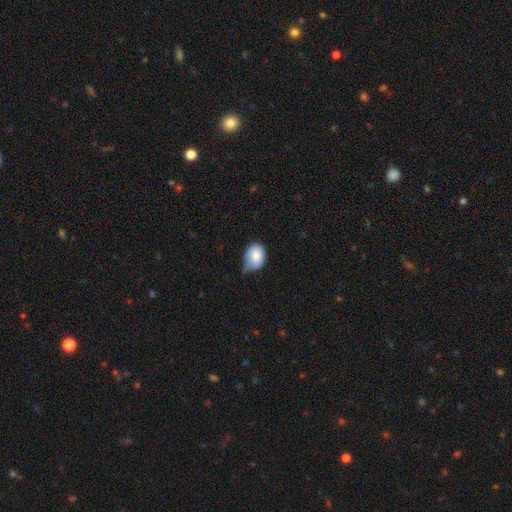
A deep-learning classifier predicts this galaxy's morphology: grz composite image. It shows a smooth galaxy with no disk features (84%) that is in between round and cigar-shaped (62%). Merging: minor disturbance (48%).